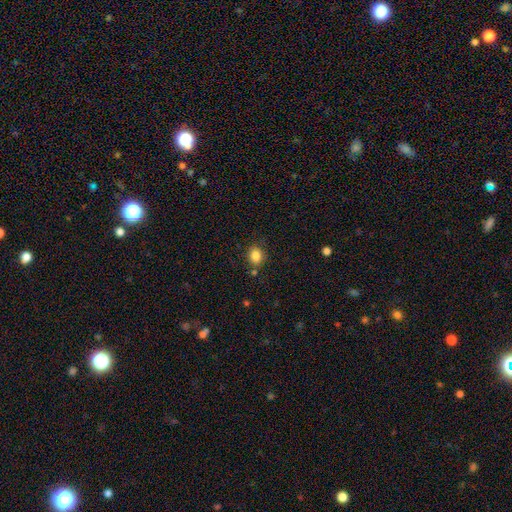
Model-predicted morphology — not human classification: Q: Smooth or featured?
A: smooth (84%); runner-up: star or artifact (10%)
Q: How rounded?
A: round (55%); runner-up: in between (44%)
Q: Merging?
A: none (78%); runner-up: minor disturbance (13%)